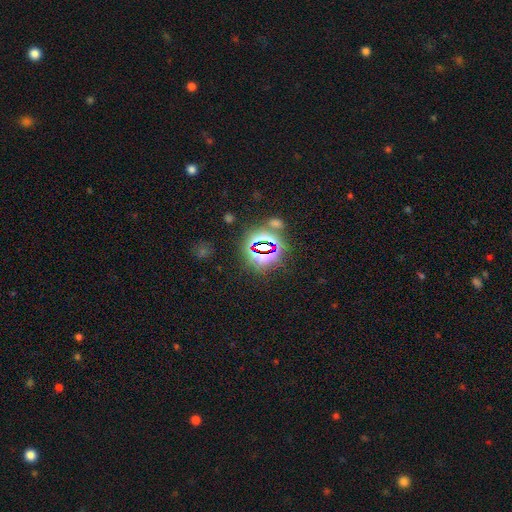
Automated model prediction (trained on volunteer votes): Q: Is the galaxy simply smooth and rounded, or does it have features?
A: star or artifact — 75%.